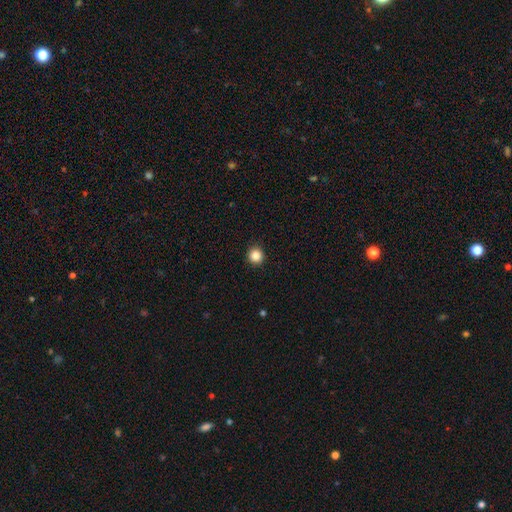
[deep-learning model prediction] This appears to be a smooth galaxy with no disk features (87%) that is round (93%). Merging: none (92%).